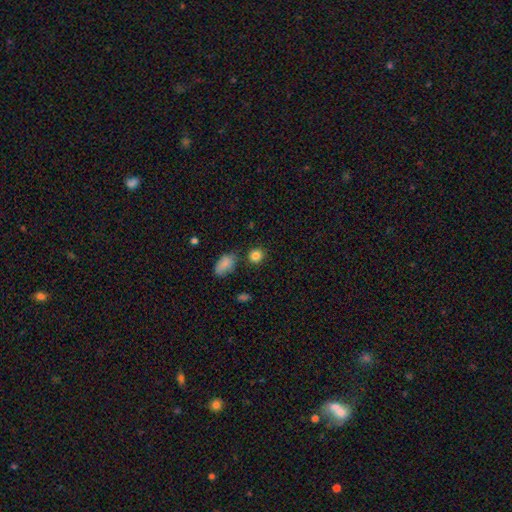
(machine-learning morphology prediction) This is clearly a smooth galaxy (85%). How rounded: clearly round (82%). Merging: clearly none (81%).